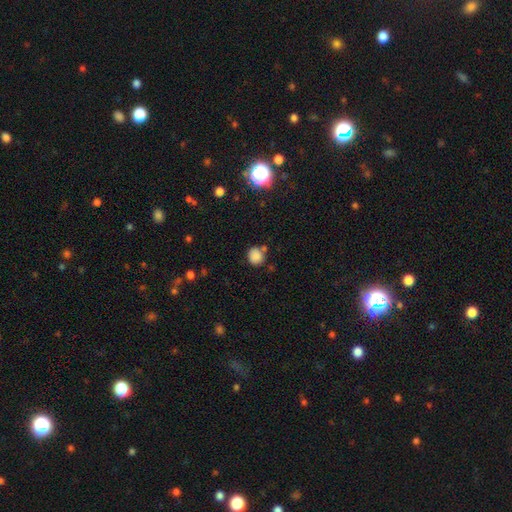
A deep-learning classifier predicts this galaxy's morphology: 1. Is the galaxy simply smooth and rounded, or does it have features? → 83% smooth, 12% star or artifact, 5% featured or disk.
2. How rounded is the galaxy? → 78% round, 21% in between, 1% cigar-shaped.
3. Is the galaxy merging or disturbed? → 70% none, 15% minor disturbance, 11% merger, 4% major disturbance.